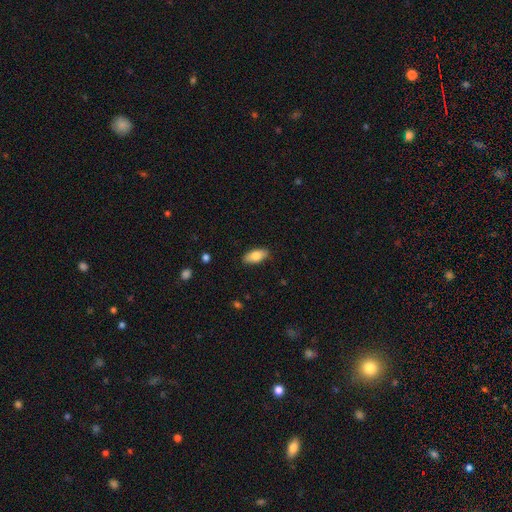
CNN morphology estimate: A smooth galaxy with no disk features (78%) that is in between round and cigar-shaped (88%). Merging: none (88%).